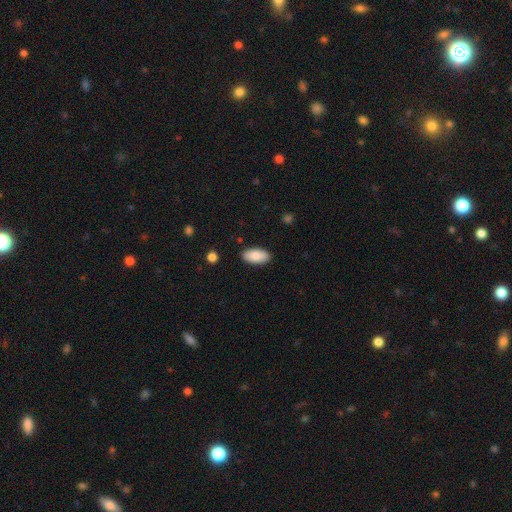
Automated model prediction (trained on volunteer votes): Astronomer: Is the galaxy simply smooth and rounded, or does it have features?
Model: smooth — 86%.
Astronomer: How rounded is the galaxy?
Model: in between — 93%.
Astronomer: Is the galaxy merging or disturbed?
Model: none — 88%.